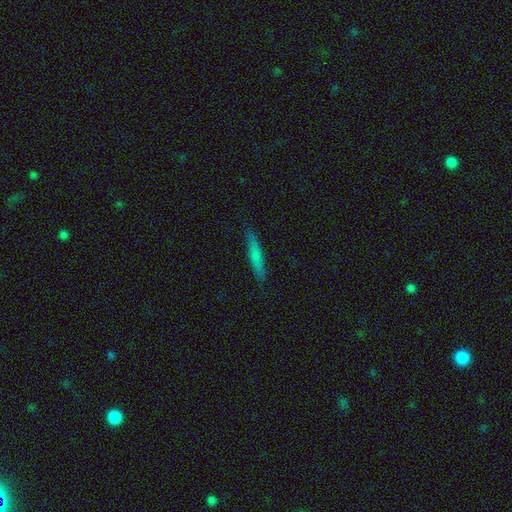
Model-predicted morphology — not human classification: smooth-or-featured: smooth: 66% | featured or disk: 28% | star or artifact: 7%
  how-rounded: cigar-shaped: 93% | in between: 6% | round: 2%
  merging: none: 88% | minor disturbance: 9% | major disturbance: 2% | merger: 1%